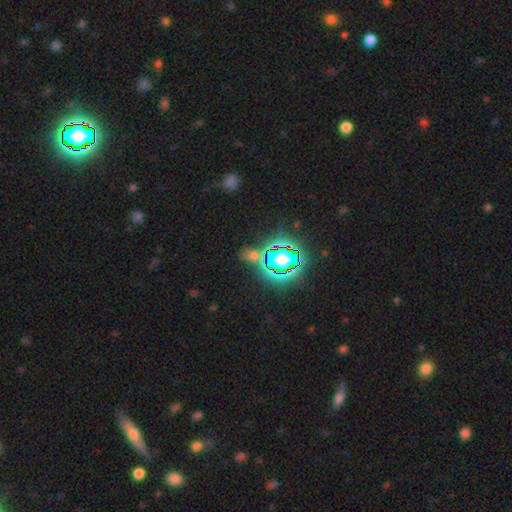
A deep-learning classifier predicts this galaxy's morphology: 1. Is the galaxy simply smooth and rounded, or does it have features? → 73% star or artifact, 19% smooth, 9% featured or disk.